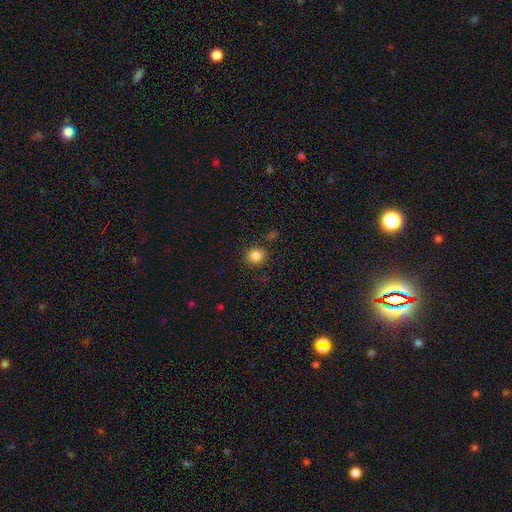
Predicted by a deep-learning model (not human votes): smooth 85%, star or artifact 11%, featured or disk 4%. Down the decision tree: how rounded — round (89%); merging — none (85%).